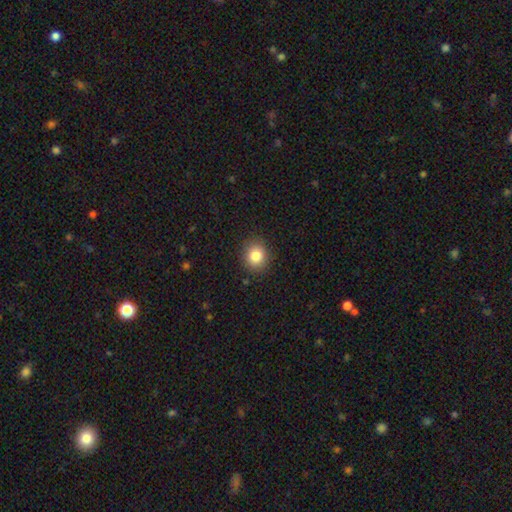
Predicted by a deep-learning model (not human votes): Smooth or featured? smooth (84%)
How rounded? round (77%)
Merging? none (89%)